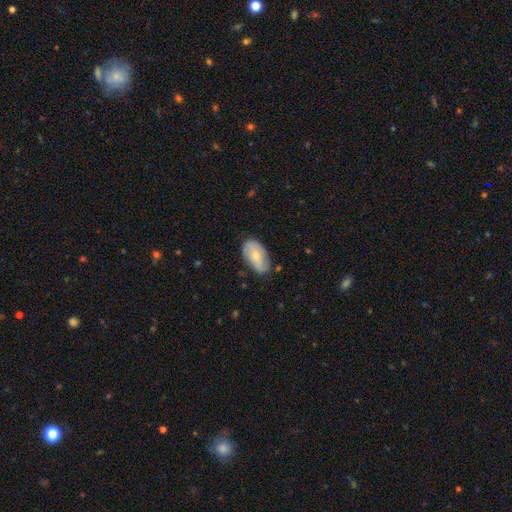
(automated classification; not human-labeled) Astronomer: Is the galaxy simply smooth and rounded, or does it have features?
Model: smooth — 56% (runner-up: featured or disk, 38%).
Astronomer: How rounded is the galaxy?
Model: in between — 93%.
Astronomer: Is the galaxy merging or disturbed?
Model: none — 73%.